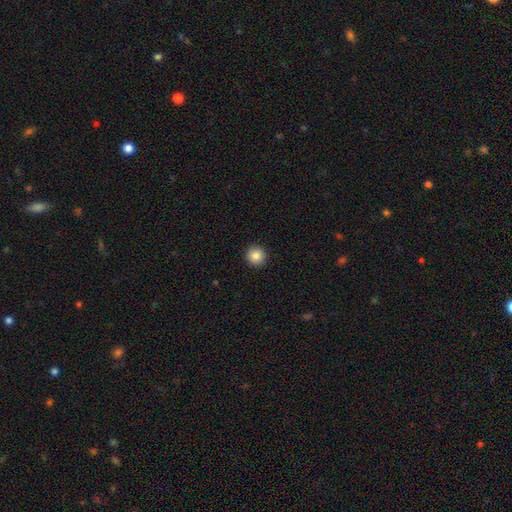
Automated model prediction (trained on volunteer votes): Smooth or featured?
  - smooth: 86% *
  - star or artifact: 10%
  - featured or disk: 4%
How rounded?
  - round: 96% *
  - in between: 3%
  - cigar-shaped: 1%
Merging?
  - none: 93% *
  - minor disturbance: 4%
  - major disturbance: 2%
  - merger: 1%